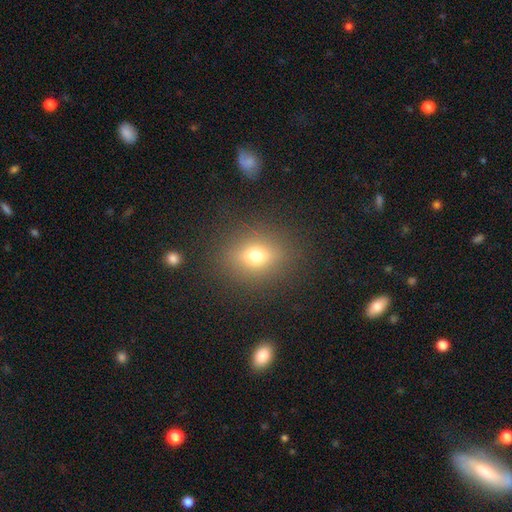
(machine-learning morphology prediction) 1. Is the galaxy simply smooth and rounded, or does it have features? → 69% smooth, 16% star or artifact, 14% featured or disk.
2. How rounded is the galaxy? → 53% round, 45% in between, 3% cigar-shaped.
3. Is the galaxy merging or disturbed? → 86% none, 9% minor disturbance, 4% major disturbance, 1% merger.